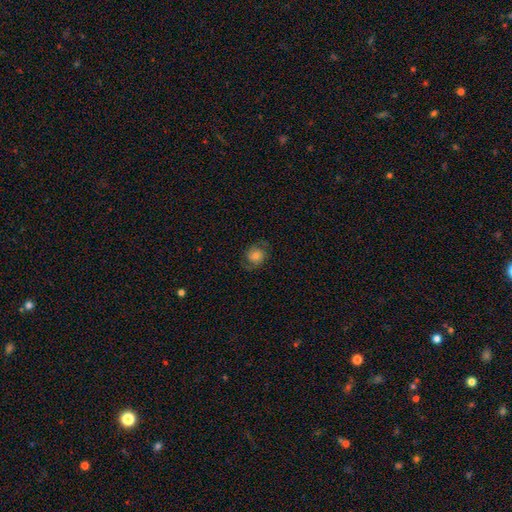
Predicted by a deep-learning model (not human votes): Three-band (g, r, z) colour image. It shows a featured or disk galaxy (49%). Merging: none (73%).